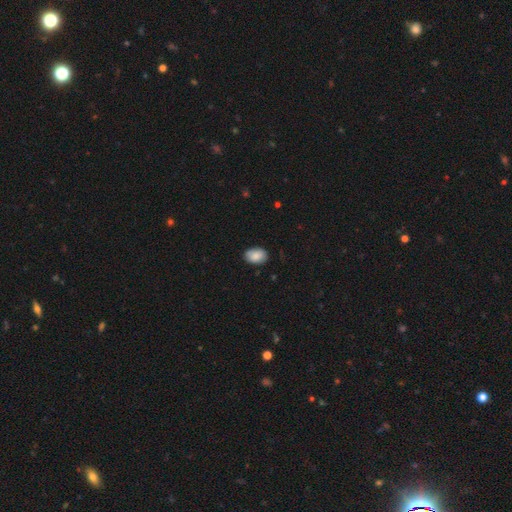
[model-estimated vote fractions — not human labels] This appears to be a smooth galaxy with no disk features (86%) that is in between round and cigar-shaped (84%). Merging: none (83%).